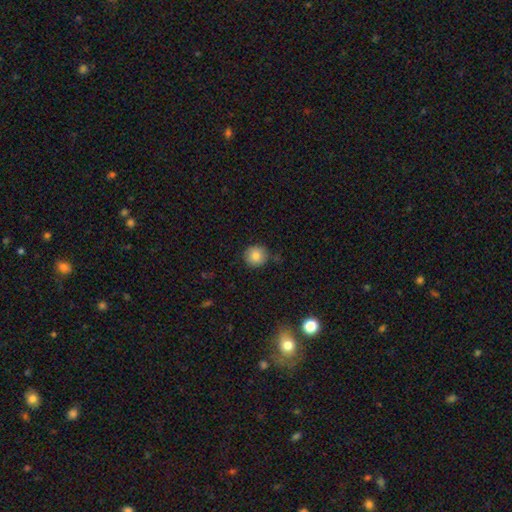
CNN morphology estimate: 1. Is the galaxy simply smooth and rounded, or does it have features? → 84% smooth, 9% star or artifact, 7% featured or disk.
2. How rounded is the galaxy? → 93% round, 6% in between, 1% cigar-shaped.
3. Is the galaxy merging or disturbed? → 85% none, 11% minor disturbance, 2% major disturbance, 2% merger.